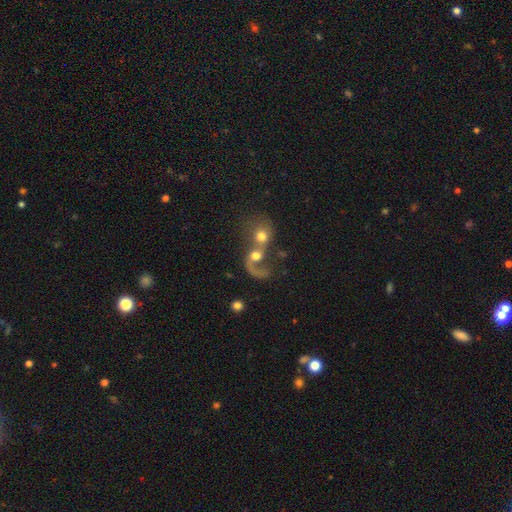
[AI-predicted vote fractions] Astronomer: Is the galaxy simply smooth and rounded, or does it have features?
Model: featured or disk — 48% (runner-up: smooth, 42%).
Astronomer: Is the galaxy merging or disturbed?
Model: merger — 77%.